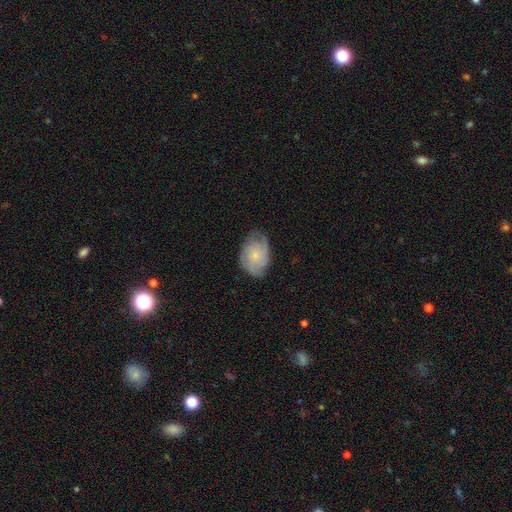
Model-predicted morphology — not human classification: A smooth galaxy with no disk features (47%). Merging: none (66%).